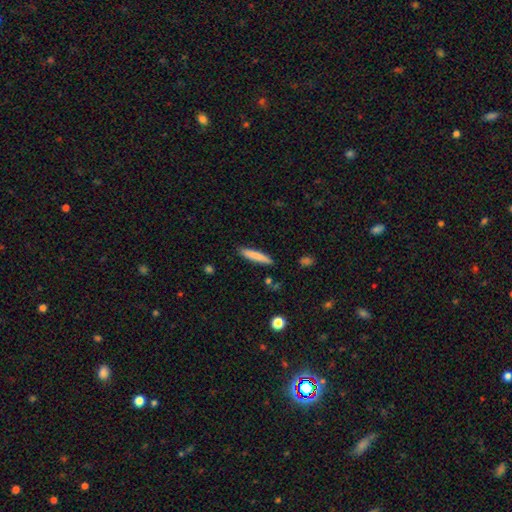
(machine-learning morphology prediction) Smooth or featured?
  - smooth: 81% *
  - featured or disk: 13%
  - star or artifact: 6%
How rounded?
  - cigar-shaped: 90% *
  - in between: 9%
  - round: 1%
Merging?
  - none: 88% *
  - minor disturbance: 8%
  - major disturbance: 2%
  - merger: 2%